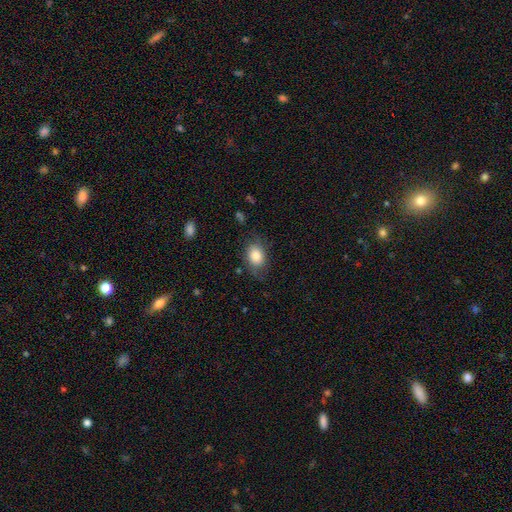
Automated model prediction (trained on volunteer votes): smooth 80%, featured or disk 12%, star or artifact 8%. Down the decision tree: how rounded — in between (77%); merging — none (66%).